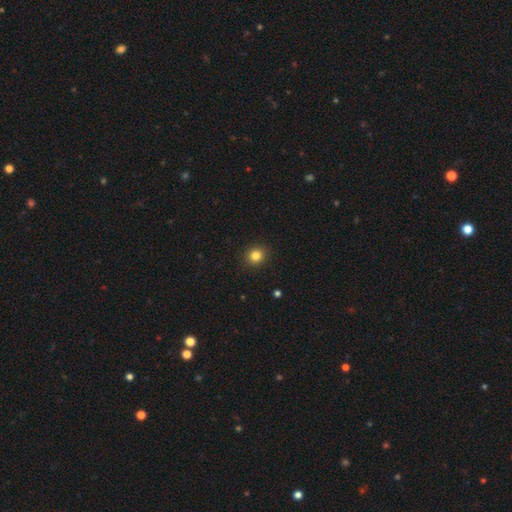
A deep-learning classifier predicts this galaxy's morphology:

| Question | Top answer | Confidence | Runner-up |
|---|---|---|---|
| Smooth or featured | smooth | 83% | star or artifact (12%) |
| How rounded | round | 83% | in between (16%) |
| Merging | none | 91% | minor disturbance (6%) |